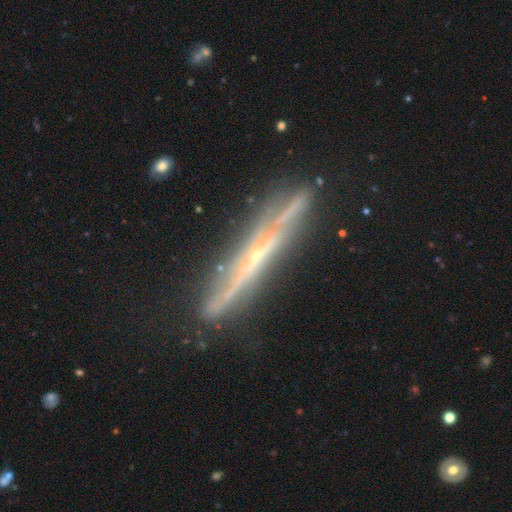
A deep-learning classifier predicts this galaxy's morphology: smooth_or_featured: featured or disk (p=0.81) [alt: smooth p=0.12]
disk_edge_on: yes (p=0.92) [alt: no p=0.08]
edge_on_bulge: none (p=0.49) [alt: rounded p=0.46]
merging: none (p=0.80) [alt: minor disturbance p=0.14]